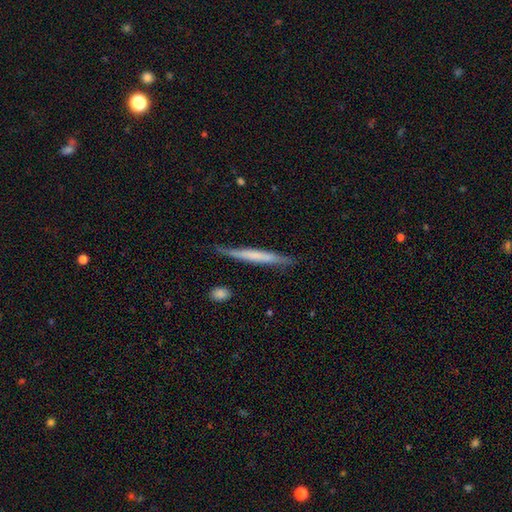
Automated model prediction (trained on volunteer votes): Morphology: type=smooth (49%); merging=none (81%).